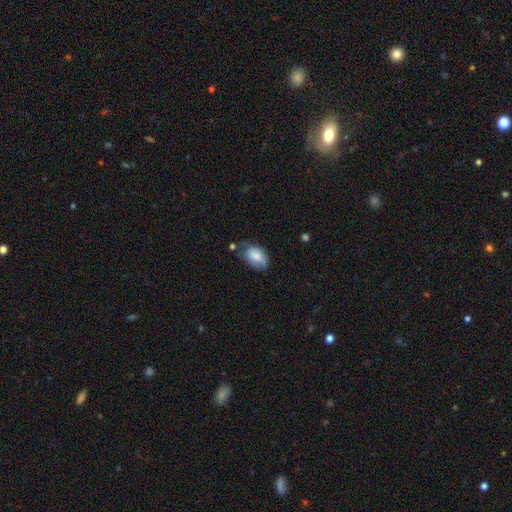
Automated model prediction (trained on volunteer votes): A smooth galaxy with no disk features (79%) that is in between round and cigar-shaped (89%). Merging: none (48%).